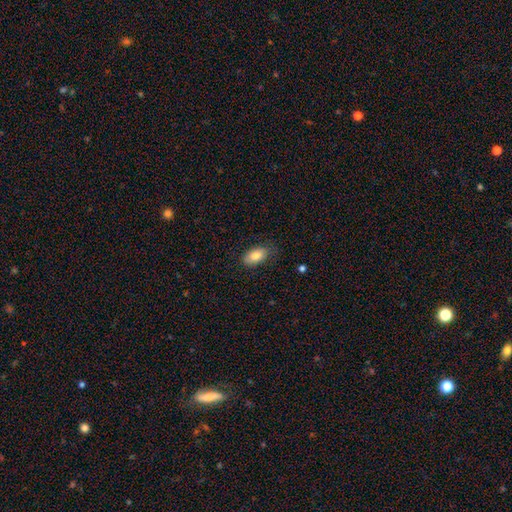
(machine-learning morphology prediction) type=smooth (83%); roundness=in between (92%); merging=none (76%).